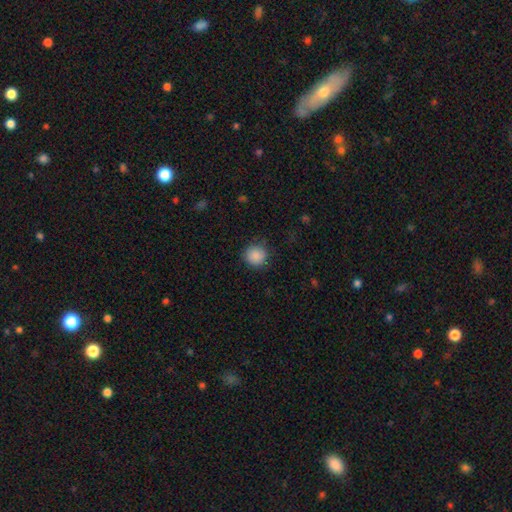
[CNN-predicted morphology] smooth 89%, star or artifact 9%, featured or disk 3%. Down the decision tree: how rounded — round (91%); merging — none (86%).